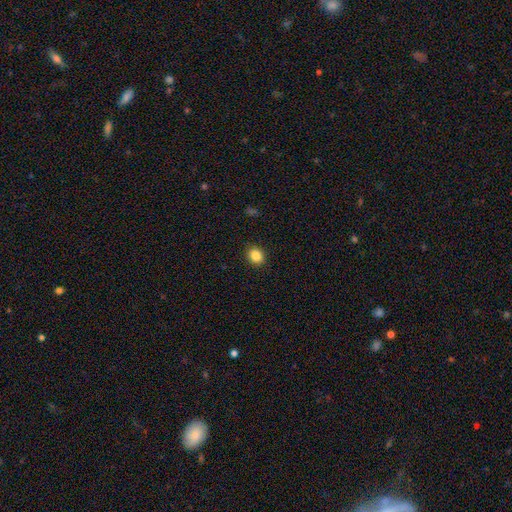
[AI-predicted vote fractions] Overall: smooth (86%). How rounded: round (63%; in between 36%). Merging: none (91%).